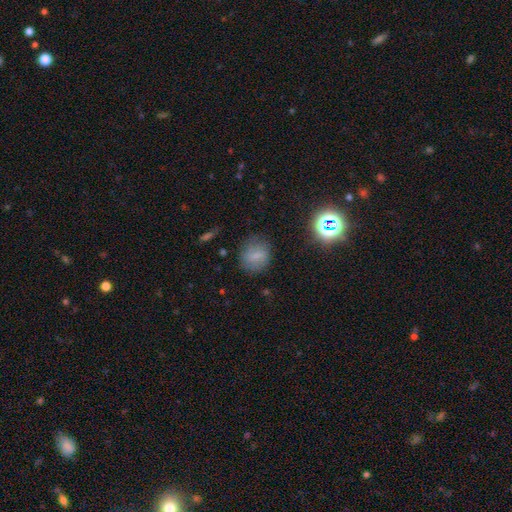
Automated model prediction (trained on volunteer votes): A smooth galaxy with no disk features (71%) that is round (71%).

Vote fractions:
- Smooth or featured? smooth: 71% / featured or disk: 16% / star or artifact: 13%
- How rounded? round: 71% / in between: 27% / cigar-shaped: 2%
- Merging? none: 77% / minor disturbance: 16% / major disturbance: 6% / merger: 2%